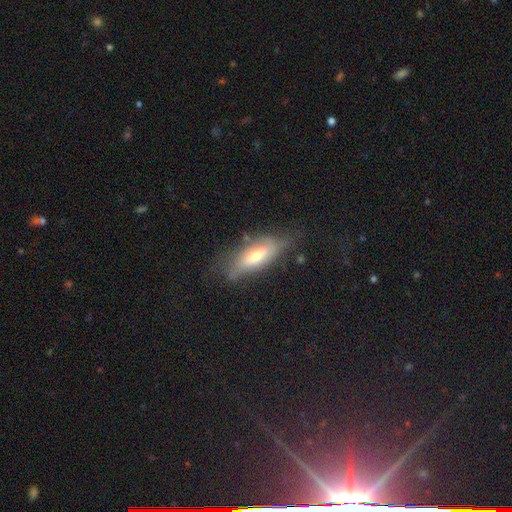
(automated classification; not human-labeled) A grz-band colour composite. It shows a smooth galaxy with no disk features (54%) that is in between round and cigar-shaped (65%). Merging: none (59%).